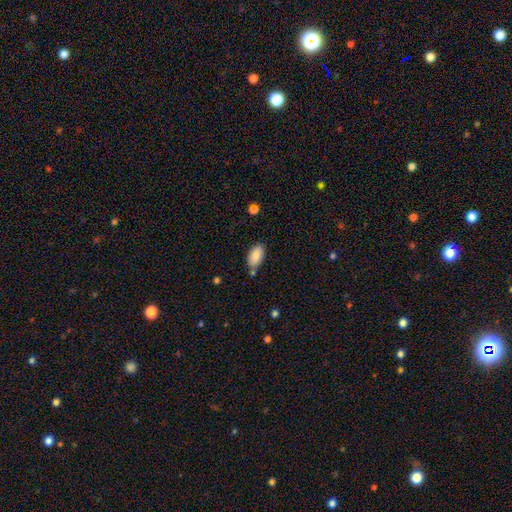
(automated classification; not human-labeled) smooth 86%, featured or disk 7%, star or artifact 7%. Down the decision tree: how rounded — in between (94%); merging — none (66%).